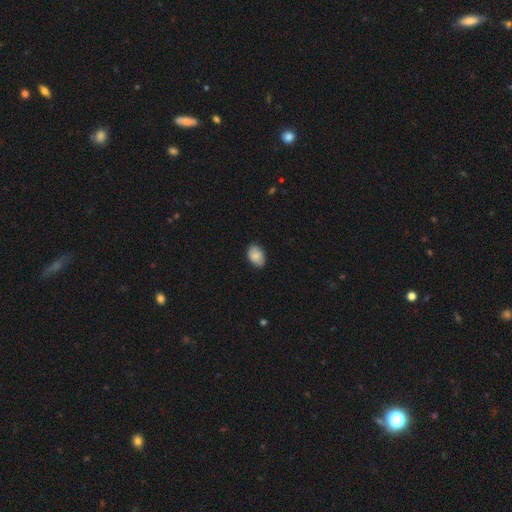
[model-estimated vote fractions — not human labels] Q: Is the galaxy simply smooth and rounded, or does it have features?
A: smooth — 87%.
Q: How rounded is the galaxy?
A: in between — 85%.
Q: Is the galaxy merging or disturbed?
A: none — 84%.